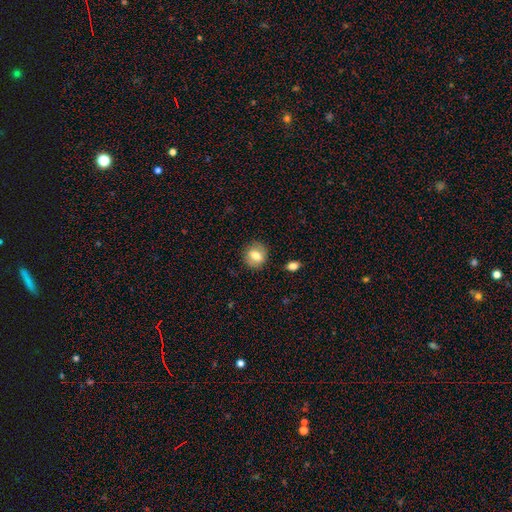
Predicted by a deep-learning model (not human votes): smooth-or-featured: smooth: 71% | featured or disk: 21% | star or artifact: 9%
  how-rounded: round: 73% | in between: 26% | cigar-shaped: 1%
  merging: none: 84% | minor disturbance: 11% | major disturbance: 3% | merger: 2%